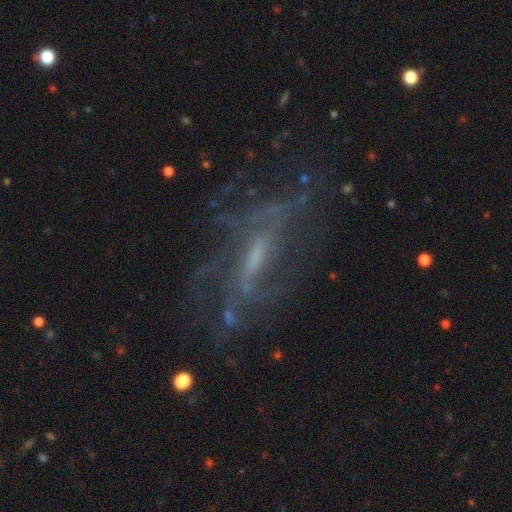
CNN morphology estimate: smooth-or-featured: featured or disk: 77% | star or artifact: 12% | smooth: 12%
  disk-edge-on: no: 81% | yes: 19%
    bar: weak: 42% | strong: 29% | no: 29%
    has-spiral-arms: yes: 75% | no: 25%
    bulge-size: small: 42% | moderate: 31% | none: 22% | large: 4% | dominant: 1%
  merging: none: 58% | major disturbance: 21% | minor disturbance: 18% | merger: 3%